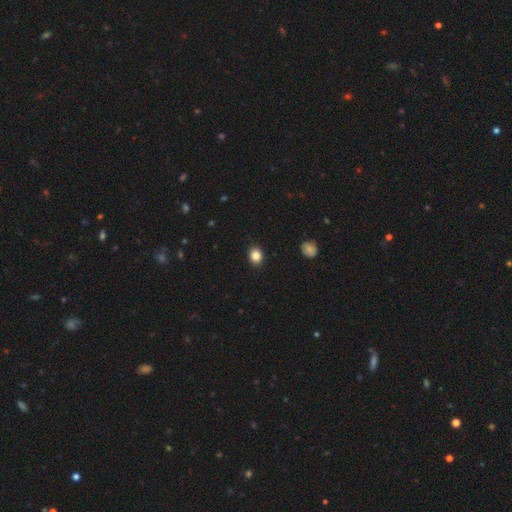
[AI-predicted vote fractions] The model was most divided on "how rounded": round: 52%, in between: 47%, cigar-shaped: 1%. More confident: merging — none (90%); smooth or featured — smooth (86%).